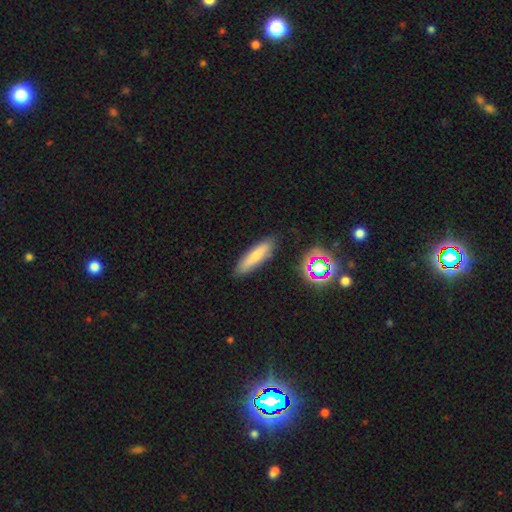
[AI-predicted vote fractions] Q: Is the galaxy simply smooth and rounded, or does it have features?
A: smooth — 68%.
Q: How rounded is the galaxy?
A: cigar-shaped — 69%.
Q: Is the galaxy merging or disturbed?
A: none — 85%.